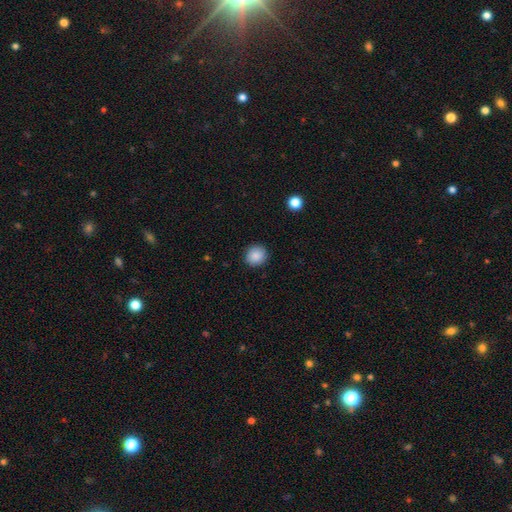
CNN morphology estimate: A smooth galaxy with no disk features (88%) that is round (89%). Merging: none (91%).